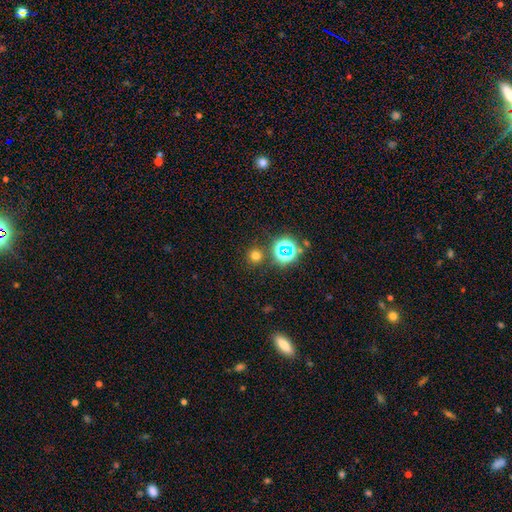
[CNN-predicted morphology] The model was most divided on "smooth or featured": smooth: 66%, star or artifact: 28%, featured or disk: 6%. More confident: how rounded — round (93%); merging — none (85%).